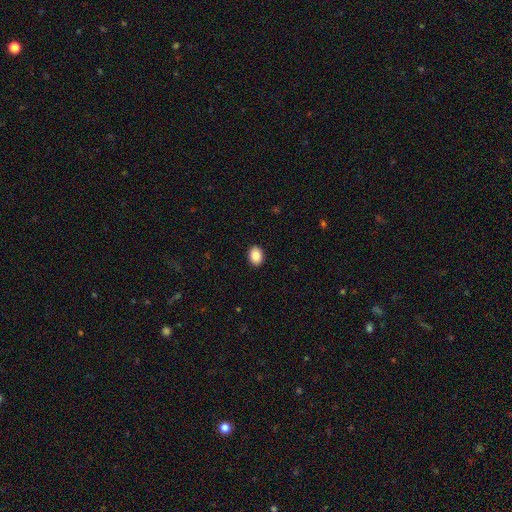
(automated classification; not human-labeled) Morphology: type=smooth (88%); roundness=in between (71%); merging=none (91%).